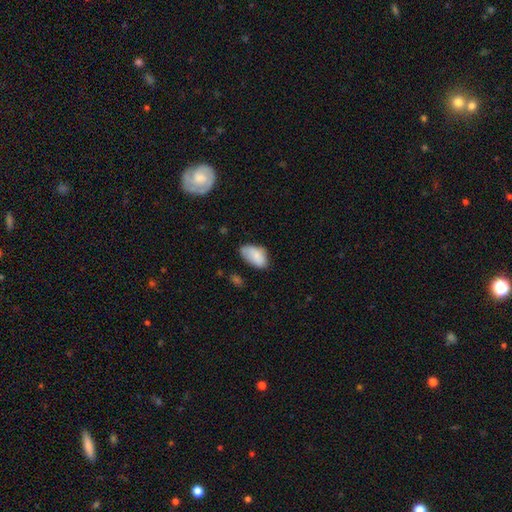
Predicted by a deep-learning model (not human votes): A smooth galaxy with no disk features (82%) that is in between round and cigar-shaped (94%). Merging: none (57%).